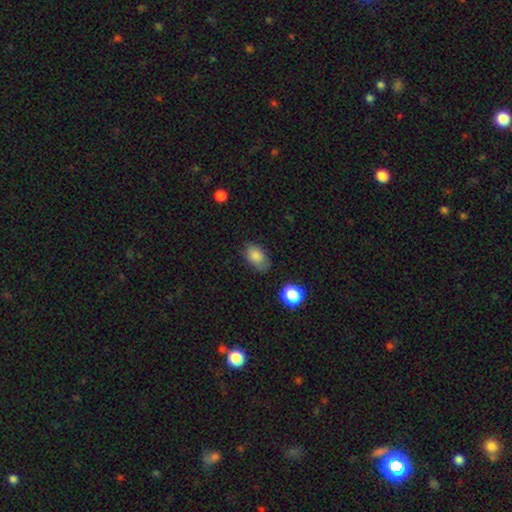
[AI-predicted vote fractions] Smooth or featured? Predicted: smooth (p=0.84). How rounded? Predicted: in between (p=0.88). Merging? Predicted: none (p=0.73).